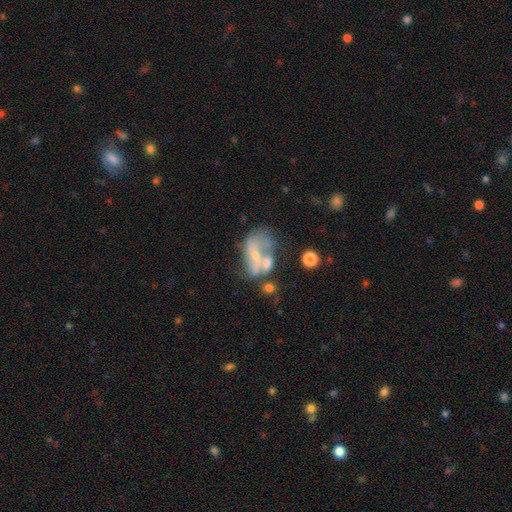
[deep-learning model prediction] Smooth or featured? Predicted: featured or disk (p=0.57). Edge-on disk? Predicted: no (p=0.96). Bar? Predicted: no (p=0.70). Spiral arms? Predicted: no (p=0.75). Bulge size? Predicted: small (p=0.46). Merging? Predicted: merger (p=0.36).